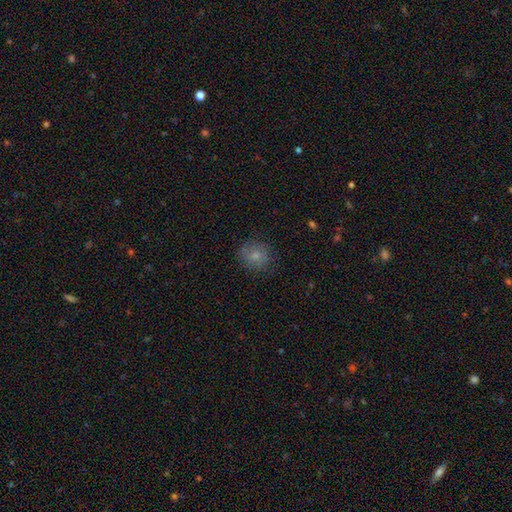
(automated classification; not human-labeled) This is likely a smooth galaxy (71%). How rounded: clearly round (84%). Merging: likely none (79%).